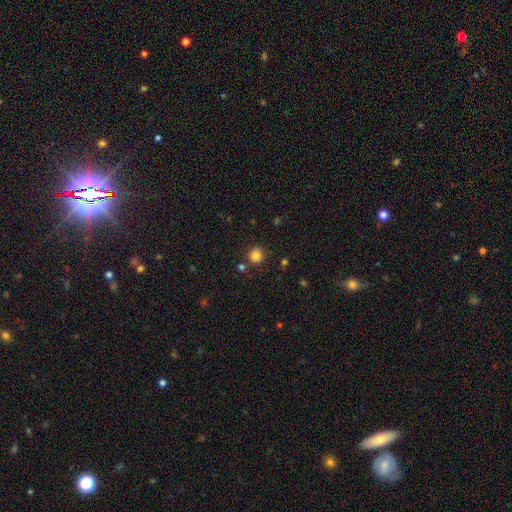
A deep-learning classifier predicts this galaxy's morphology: smooth 83%, star or artifact 12%, featured or disk 5%. Down the decision tree: how rounded — round (88%); merging — none (82%).